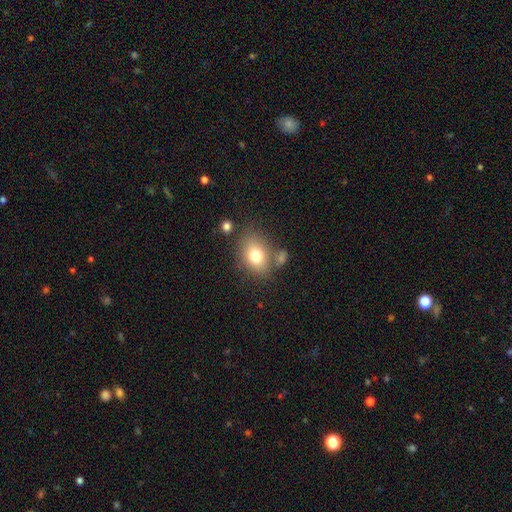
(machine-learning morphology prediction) Smooth or featured: smooth — 76% (featured or disk — 14%)
How rounded: in between — 68% (round — 31%)
Merging: none — 65% (minor disturbance — 17%)